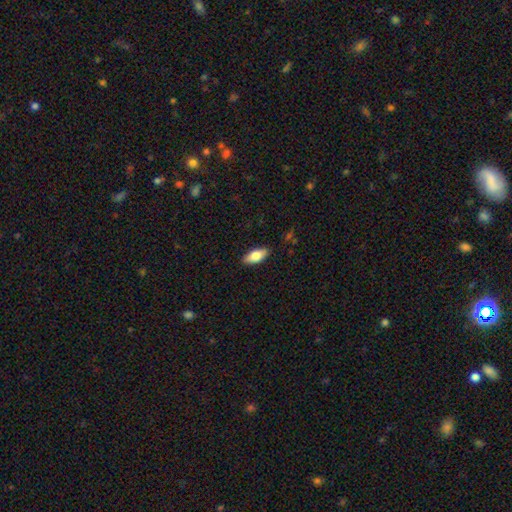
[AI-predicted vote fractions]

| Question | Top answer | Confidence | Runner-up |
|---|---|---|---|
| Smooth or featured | smooth | 76% | featured or disk (18%) |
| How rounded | in between | 86% | cigar-shaped (12%) |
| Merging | none | 89% | minor disturbance (9%) |